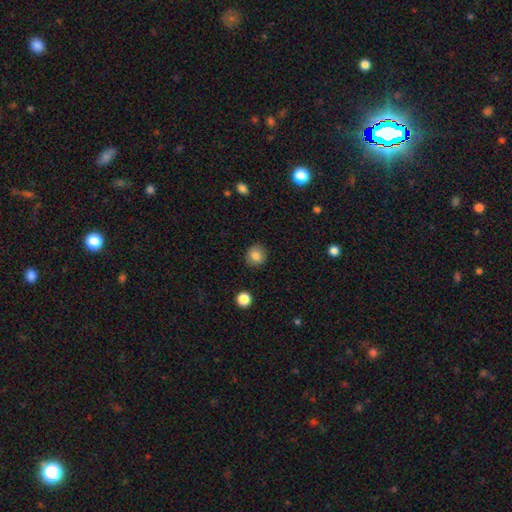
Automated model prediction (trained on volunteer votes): Smooth or featured? Predicted: smooth (p=0.84). How rounded? Predicted: round (p=0.89). Merging? Predicted: none (p=0.90).